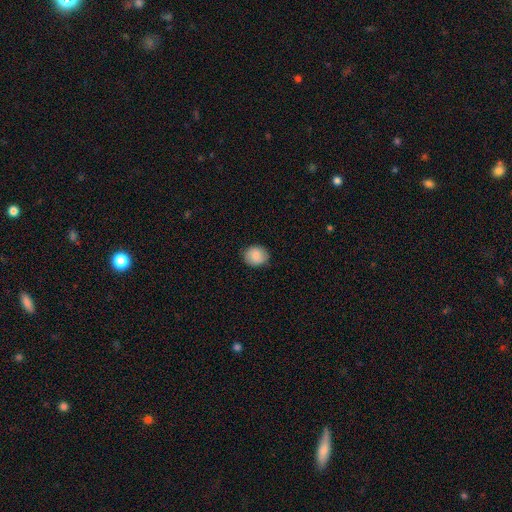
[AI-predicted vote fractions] Smooth or featured? Predicted: smooth (p=0.85). How rounded? Predicted: round (p=0.71). Merging? Predicted: none (p=0.86).